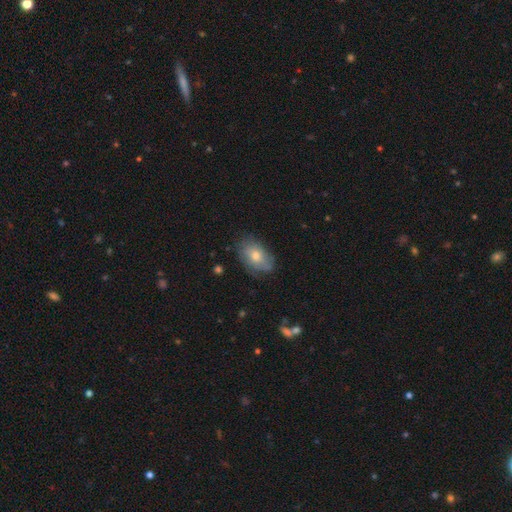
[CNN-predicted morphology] smooth_or_featured: smooth (p=0.55) [alt: featured or disk p=0.36]
how_rounded: in between (p=0.85) [alt: round p=0.13]
merging: none (p=0.72) [alt: minor disturbance p=0.21]